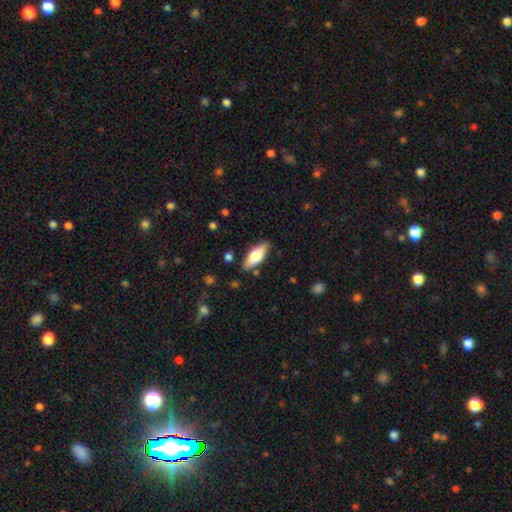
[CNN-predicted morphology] This is likely a smooth galaxy (68%). How rounded: likely in between (72%). Merging: clearly none (86%).